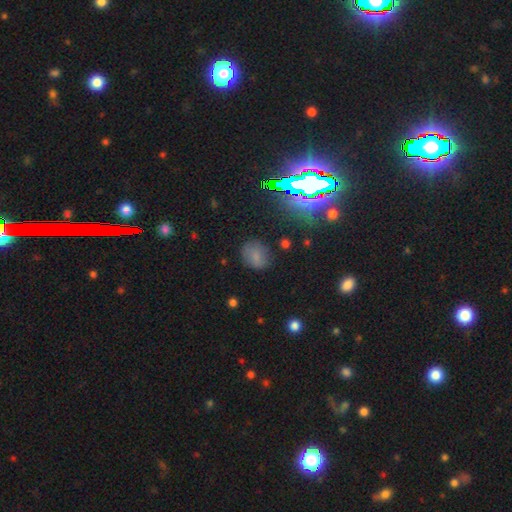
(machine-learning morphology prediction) Overall: smooth (70%). How rounded: round (54%; in between 44%). Merging: none (76%).